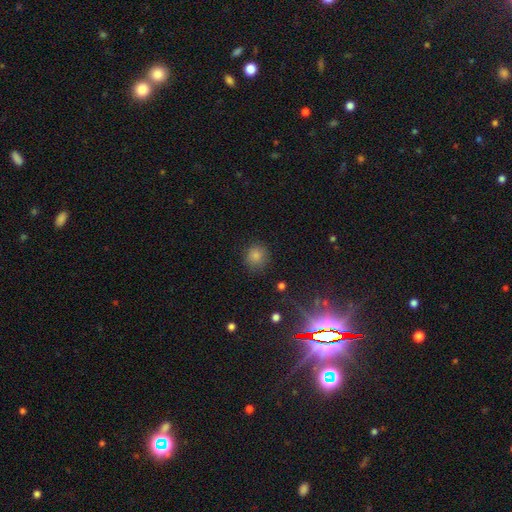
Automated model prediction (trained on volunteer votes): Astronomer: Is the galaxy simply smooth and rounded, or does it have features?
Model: smooth — 82%.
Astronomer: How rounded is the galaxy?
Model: round — 89%.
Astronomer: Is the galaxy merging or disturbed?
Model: none — 85%.